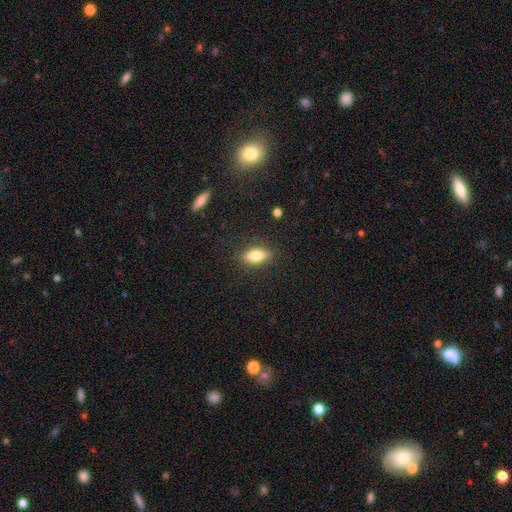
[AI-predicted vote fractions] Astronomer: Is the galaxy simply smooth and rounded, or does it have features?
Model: smooth — 73%.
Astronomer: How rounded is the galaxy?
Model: in between — 75%.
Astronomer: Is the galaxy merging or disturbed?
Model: none — 87%.